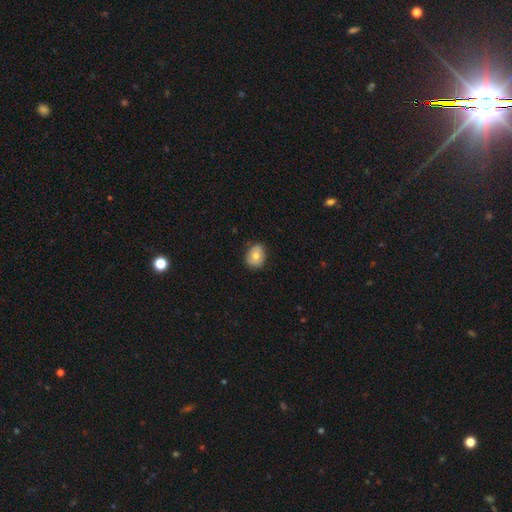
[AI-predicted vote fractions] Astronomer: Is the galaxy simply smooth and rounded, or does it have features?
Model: smooth — 69%.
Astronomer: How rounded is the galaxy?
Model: round — 55% (runner-up: in between, 44%).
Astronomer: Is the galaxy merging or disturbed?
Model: none — 78%.